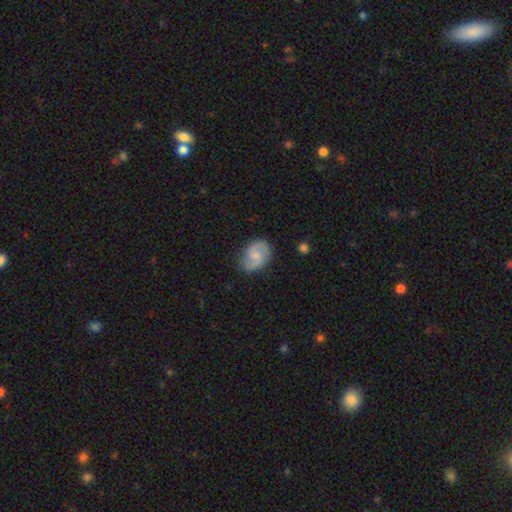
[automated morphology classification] smooth_or_featured: featured or disk (p=0.70) [alt: smooth p=0.24]
disk_edge_on: no (p=0.98) [alt: yes p=0.02]
bar: weak (p=0.48) [alt: no p=0.45]
has_spiral_arms: yes (p=0.94) [alt: no p=0.06]
spiral_winding: medium (p=0.50) [alt: loose p=0.31]
spiral_arm_count: 2 (p=0.89) [alt: can't tell p=0.05]
bulge_size: small (p=0.51) [alt: moderate p=0.31]
merging: none (p=0.76) [alt: minor disturbance p=0.18]